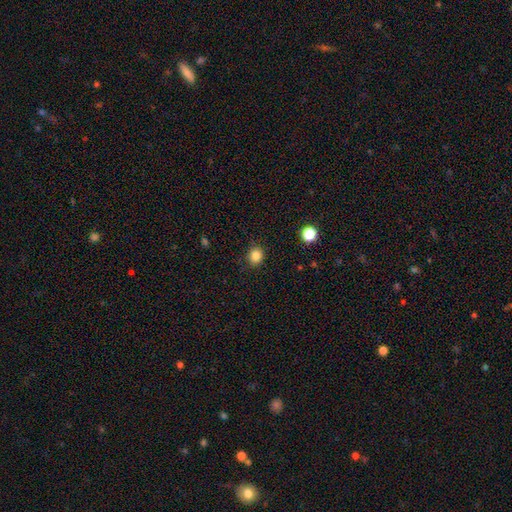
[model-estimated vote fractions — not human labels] Smooth or featured? Predicted: smooth (p=0.83). How rounded? Predicted: round (p=0.79). Merging? Predicted: none (p=0.87).